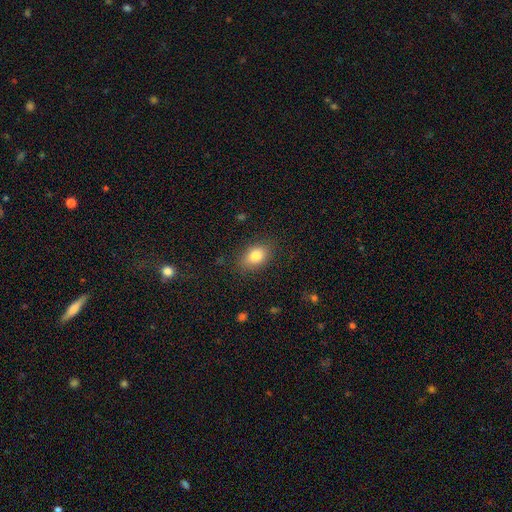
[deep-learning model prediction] A smooth galaxy with no disk features (81%) that is in between round and cigar-shaped (81%).

Vote fractions:
- Smooth or featured? smooth: 81% / featured or disk: 10% / star or artifact: 9%
- How rounded? in between: 81% / round: 17% / cigar-shaped: 2%
- Merging? none: 83% / minor disturbance: 12% / major disturbance: 4% / merger: 1%